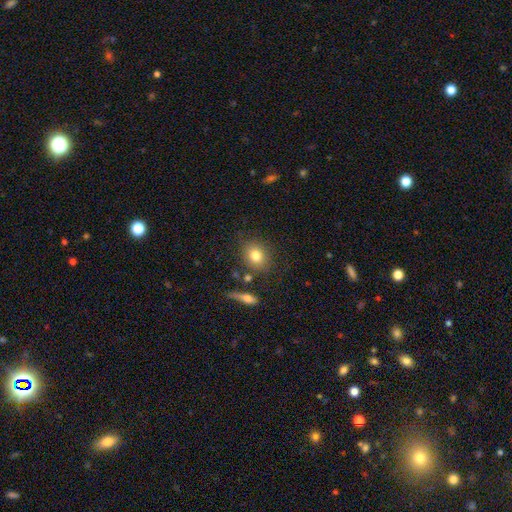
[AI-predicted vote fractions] Smooth or featured? Predicted: smooth (p=0.79). How rounded? Predicted: round (p=0.57). Merging? Predicted: none (p=0.78).